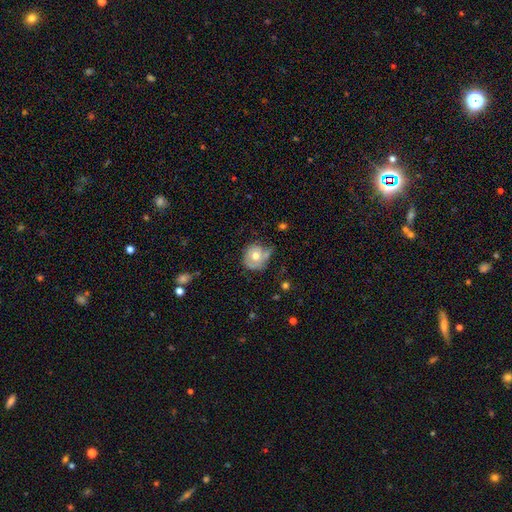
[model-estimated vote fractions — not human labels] Smooth or featured?
  - smooth: 55% *
  - featured or disk: 38%
  - star or artifact: 8%
How rounded?
  - round: 80% *
  - in between: 19%
  - cigar-shaped: 1%
Merging?
  - none: 44% *
  - minor disturbance: 33%
  - major disturbance: 16%
  - merger: 7%